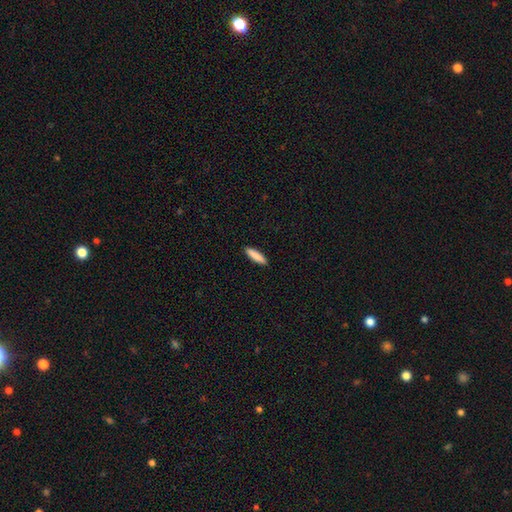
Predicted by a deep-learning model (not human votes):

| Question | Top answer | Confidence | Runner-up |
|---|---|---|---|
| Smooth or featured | smooth | 87% | featured or disk (7%) |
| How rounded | cigar-shaped | 77% | in between (22%) |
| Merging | none | 91% | minor disturbance (6%) |